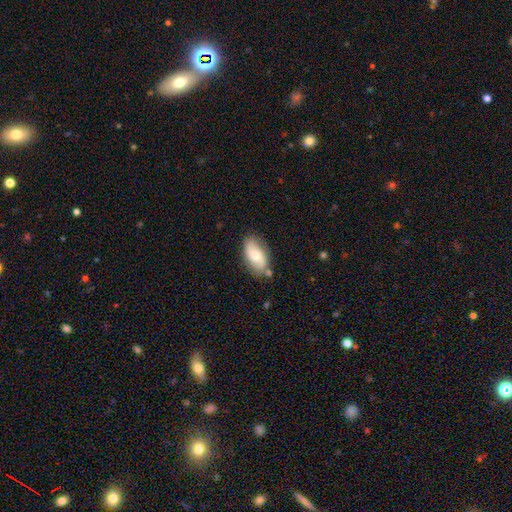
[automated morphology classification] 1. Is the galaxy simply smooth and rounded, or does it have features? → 60% smooth, 33% featured or disk, 6% star or artifact.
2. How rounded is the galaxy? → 92% in between, 4% cigar-shaped, 4% round.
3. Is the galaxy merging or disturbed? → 72% none, 19% minor disturbance, 5% merger, 4% major disturbance.